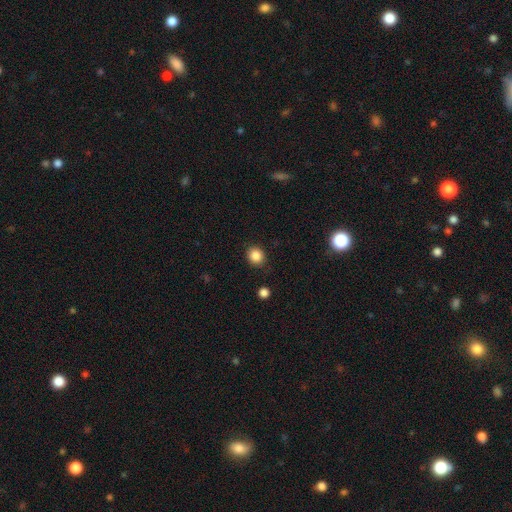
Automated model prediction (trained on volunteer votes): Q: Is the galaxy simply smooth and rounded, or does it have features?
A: smooth — 86%.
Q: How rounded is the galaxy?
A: round — 79%.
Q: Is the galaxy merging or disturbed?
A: none — 86%.